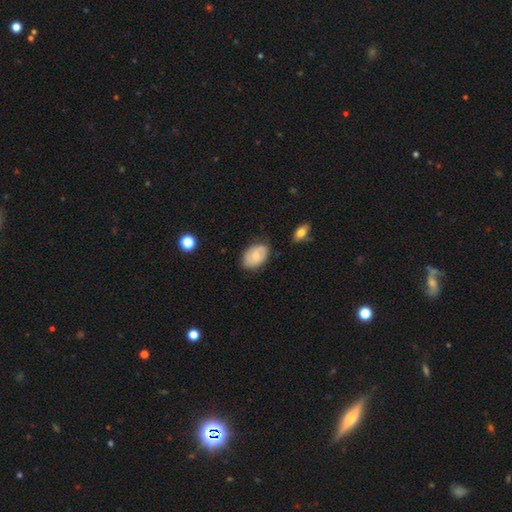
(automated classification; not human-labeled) The model was most divided on "smooth or featured": smooth: 59%, featured or disk: 34%, star or artifact: 7%. More confident: how rounded — in between (86%); merging — none (76%).